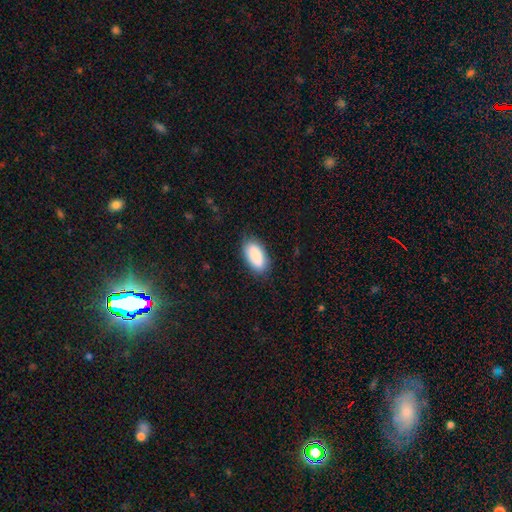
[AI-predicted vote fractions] Smooth or featured?
  - smooth: 88% *
  - star or artifact: 6%
  - featured or disk: 6%
How rounded?
  - in between: 94% *
  - cigar-shaped: 4%
  - round: 3%
Merging?
  - none: 78% *
  - minor disturbance: 17%
  - major disturbance: 4%
  - merger: 1%